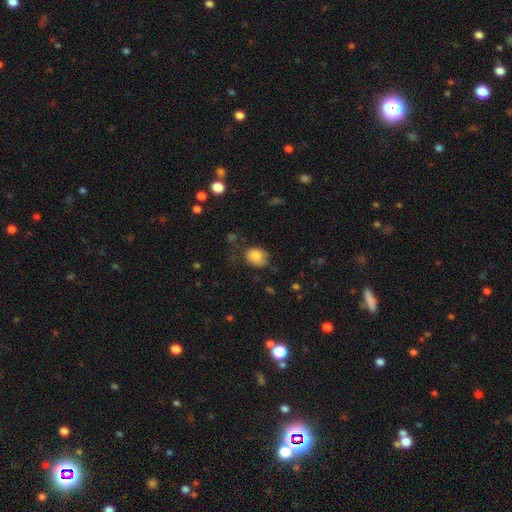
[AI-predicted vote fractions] Smooth or featured: smooth — 82% (featured or disk — 9%)
How rounded: round — 51% (in between — 48%)
Merging: none — 56% (minor disturbance — 29%)